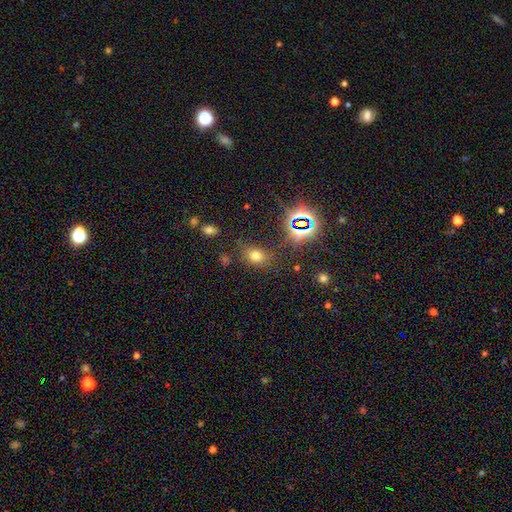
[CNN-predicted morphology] Smooth or featured? Predicted: smooth (p=0.64). How rounded? Predicted: in between (p=0.61). Merging? Predicted: none (p=0.76).